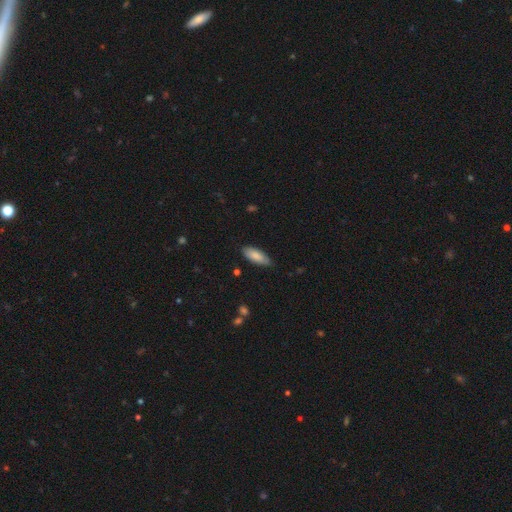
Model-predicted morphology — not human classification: Smooth or featured?
  - smooth: 84% *
  - featured or disk: 10%
  - star or artifact: 6%
How rounded?
  - in between: 75% *
  - cigar-shaped: 24%
  - round: 2%
Merging?
  - none: 80% *
  - minor disturbance: 16%
  - major disturbance: 2%
  - merger: 1%